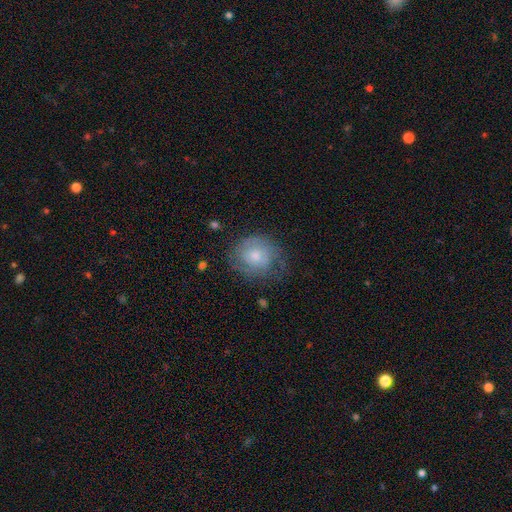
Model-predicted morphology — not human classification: This is possibly a smooth galaxy (50%). Merging: possibly none (57%).